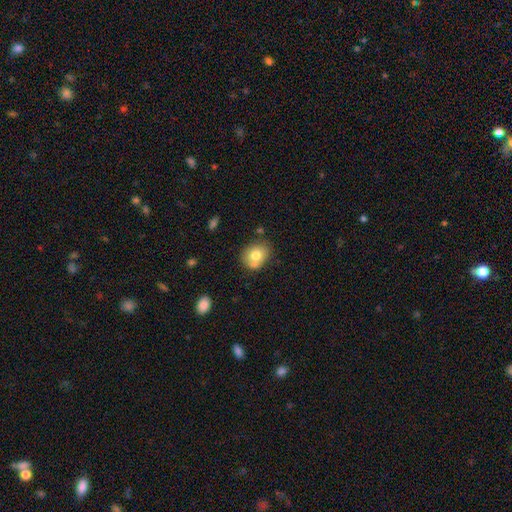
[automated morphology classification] Smooth or featured? Predicted: smooth (p=0.74). How rounded? Predicted: round (p=0.57). Merging? Predicted: none (p=0.62).